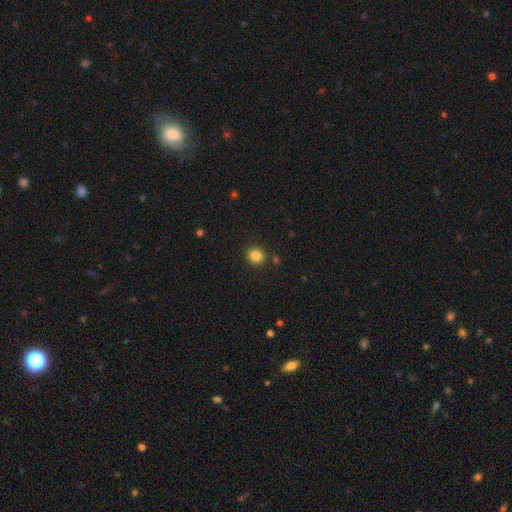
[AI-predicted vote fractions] smooth_or_featured: smooth (p=0.84) [alt: star or artifact p=0.11]
how_rounded: round (p=0.86) [alt: in between p=0.13]
merging: none (p=0.88) [alt: minor disturbance p=0.07]